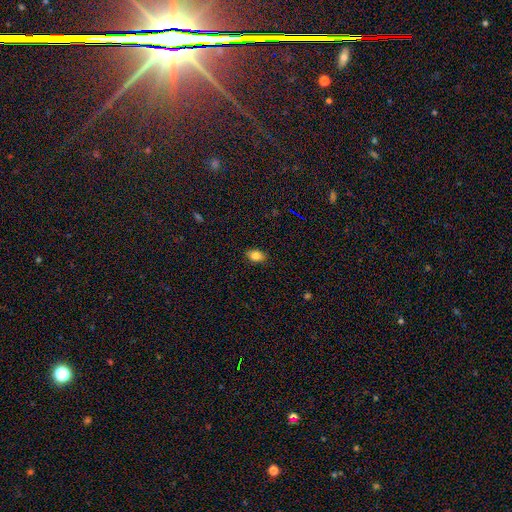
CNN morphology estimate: type=smooth (84%); roundness=in between (79%); merging=none (87%).